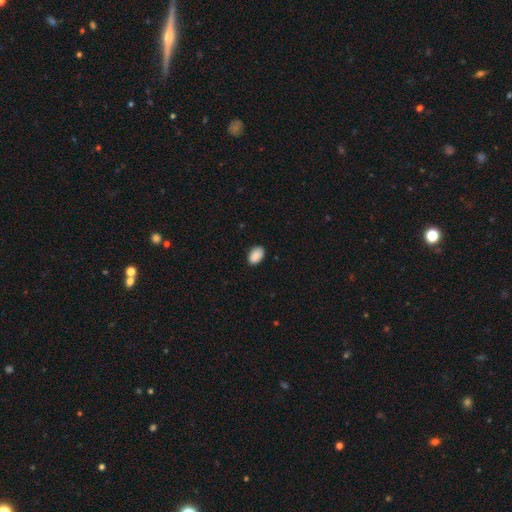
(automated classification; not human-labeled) Morphology: type=smooth (90%); roundness=in between (89%); merging=none (86%).